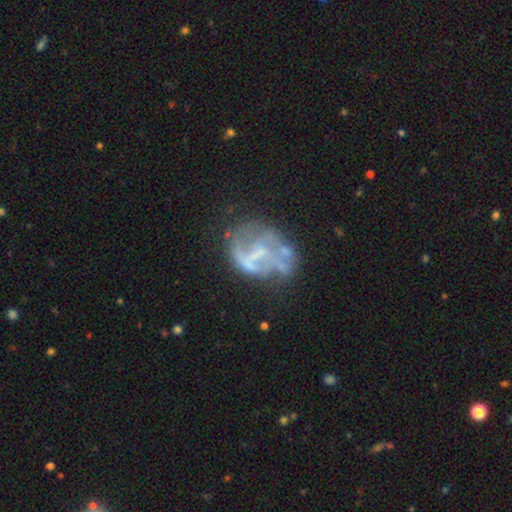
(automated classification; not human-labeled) featured or disk 70%, smooth 20%, star or artifact 11%. Down the decision tree: edge-on disk — no (98%); bar — no (54%); spiral arms — no (67%); bulge size — none (58%); merging — none (39%).